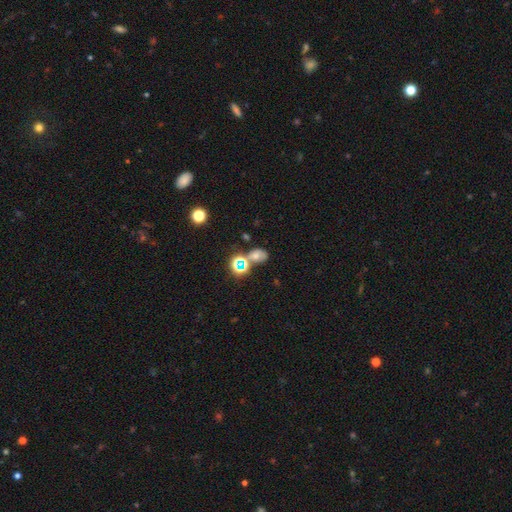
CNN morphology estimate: Smooth or featured: smooth — 48% (star or artifact — 31%)
Merging: none — 44% (merger — 29%)